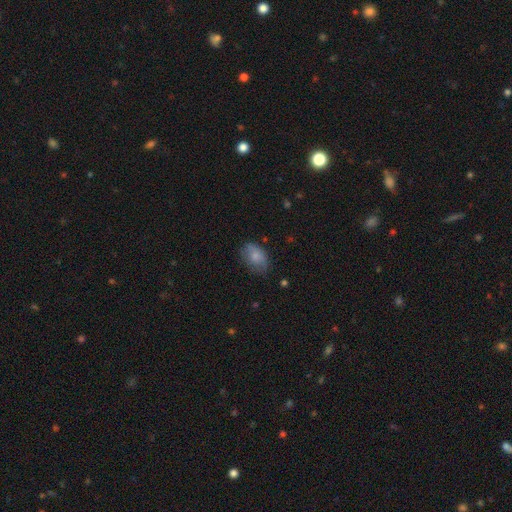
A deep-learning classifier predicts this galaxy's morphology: Overall: smooth (76%). How rounded: in between (83%). Merging: none (61%; minor disturbance 28%).